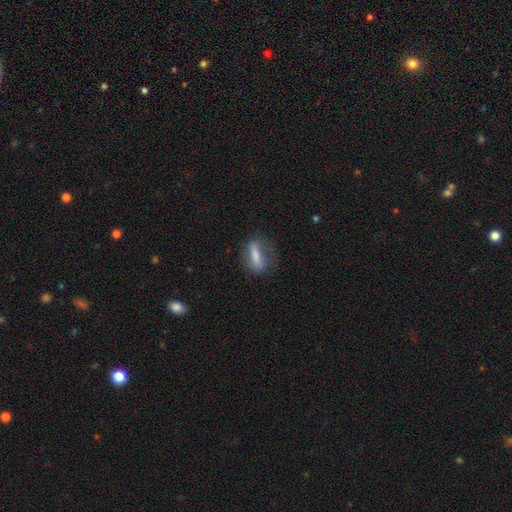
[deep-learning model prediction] Smooth or featured? Predicted: smooth (p=0.60). How rounded? Predicted: cigar-shaped (p=0.50). Merging? Predicted: none (p=0.66).